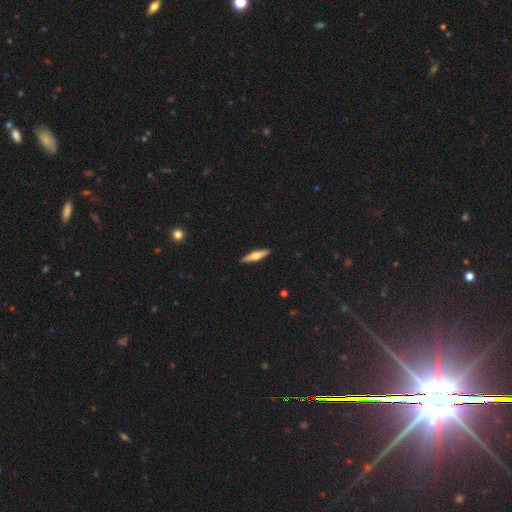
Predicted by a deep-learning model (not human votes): Smooth or featured?
  - featured or disk: 53% *
  - smooth: 41%
  - star or artifact: 6%
Edge-on disk?
  - yes: 95% *
  - no: 5%
Edge-on bulge?
  - rounded: 90% *
  - boxy: 6%
  - none: 4%
Merging?
  - none: 91% *
  - minor disturbance: 6%
  - major disturbance: 1%
  - merger: 1%